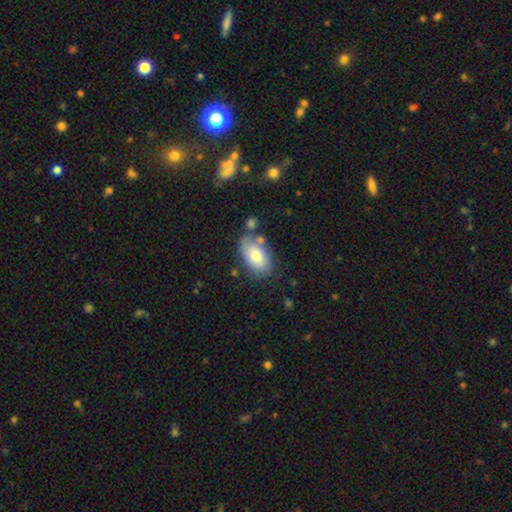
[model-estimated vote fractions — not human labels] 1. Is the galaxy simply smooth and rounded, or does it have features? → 70% smooth, 24% featured or disk, 6% star or artifact.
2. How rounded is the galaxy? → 93% in between, 5% round, 2% cigar-shaped.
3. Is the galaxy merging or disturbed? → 62% none, 21% minor disturbance, 11% merger, 6% major disturbance.